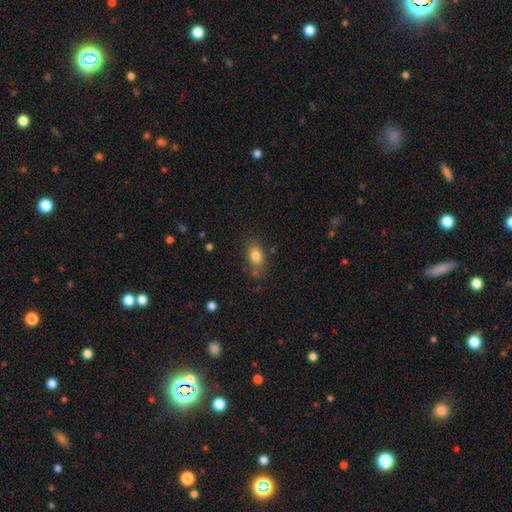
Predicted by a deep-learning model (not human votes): The model was most divided on "merging": none: 75%, minor disturbance: 16%, major disturbance: 5%, merger: 4%. More confident: how rounded — in between (84%); smooth or featured — smooth (82%).